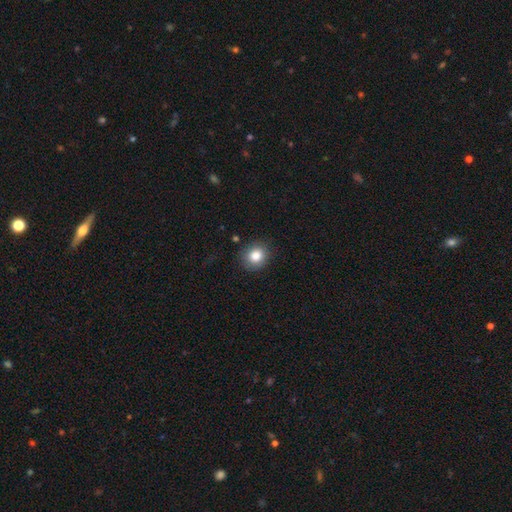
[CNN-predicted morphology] smooth 84%, star or artifact 10%, featured or disk 6%. Down the decision tree: how rounded — round (75%); merging — none (85%).